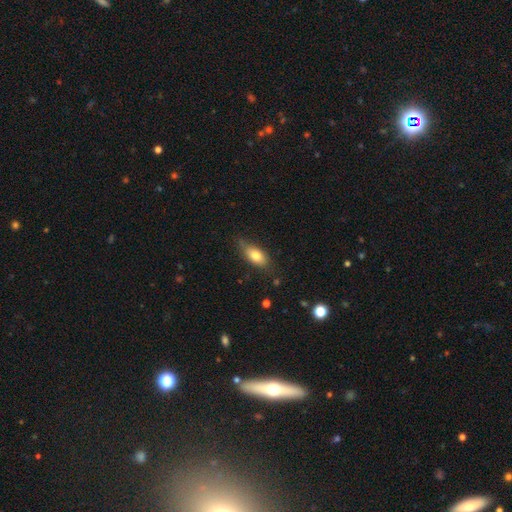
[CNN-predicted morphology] Overall: smooth (75%). How rounded: in between (83%). Merging: none (65%; minor disturbance 27%).